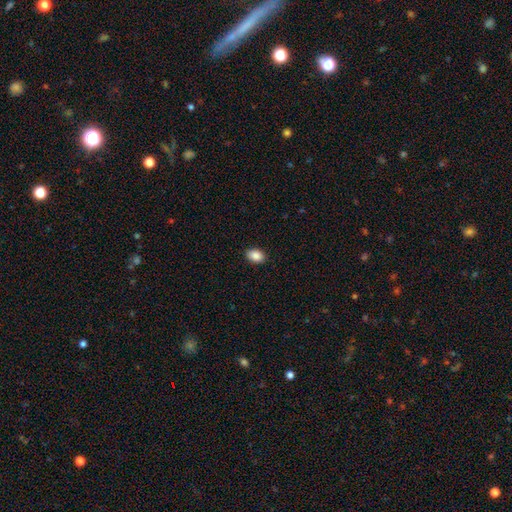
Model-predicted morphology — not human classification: Smooth or featured? smooth (88%)
How rounded? in between (83%)
Merging? none (89%)